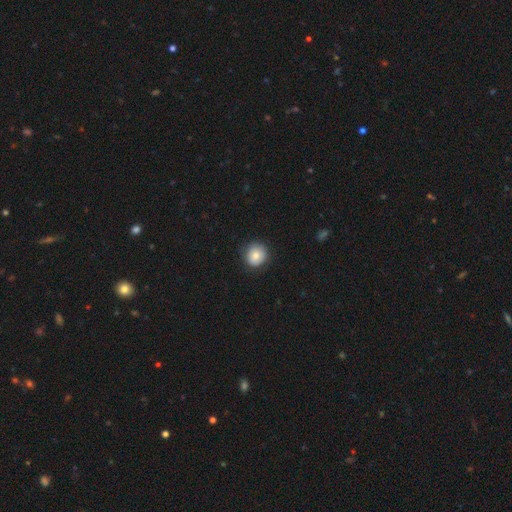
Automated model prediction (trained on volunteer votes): smooth 77%, featured or disk 14%, star or artifact 9%. Down the decision tree: how rounded — round (90%); merging — none (80%).